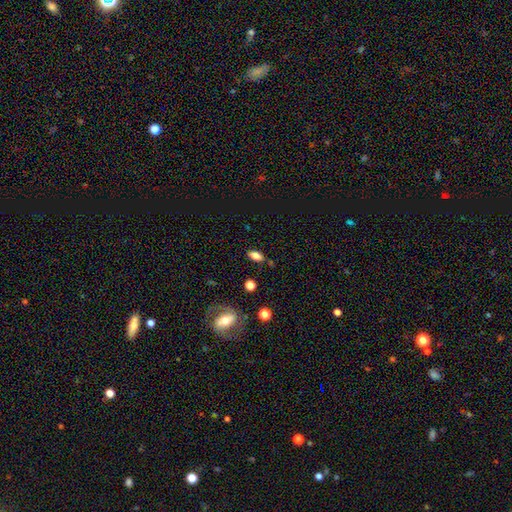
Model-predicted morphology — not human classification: smooth 74%, featured or disk 15%, star or artifact 11%. Down the decision tree: how rounded — in between (83%); merging — none (77%).